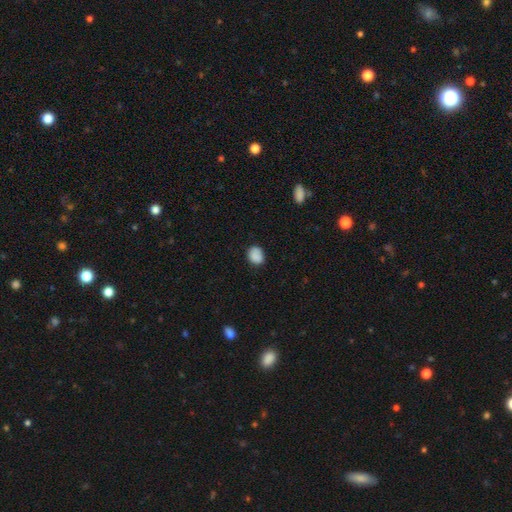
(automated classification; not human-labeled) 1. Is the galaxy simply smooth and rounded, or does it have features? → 85% smooth, 9% star or artifact, 6% featured or disk.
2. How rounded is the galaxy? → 59% round, 40% in between, 1% cigar-shaped.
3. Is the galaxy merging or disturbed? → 74% none, 19% minor disturbance, 4% major disturbance, 2% merger.